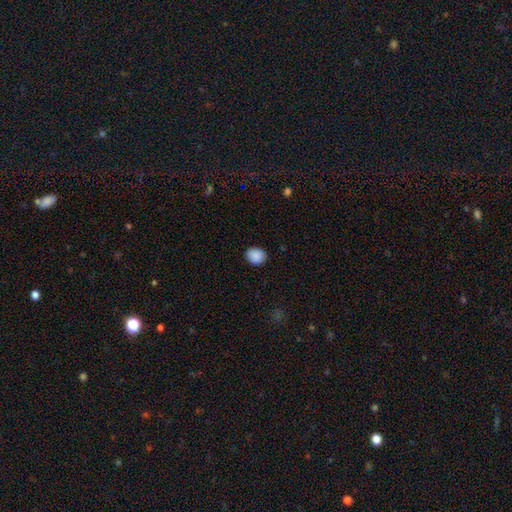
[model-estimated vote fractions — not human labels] Smooth or featured?
  - smooth: 89% *
  - star or artifact: 8%
  - featured or disk: 3%
How rounded?
  - round: 61% *
  - in between: 38%
  - cigar-shaped: 1%
Merging?
  - none: 87% *
  - minor disturbance: 10%
  - major disturbance: 2%
  - merger: 1%